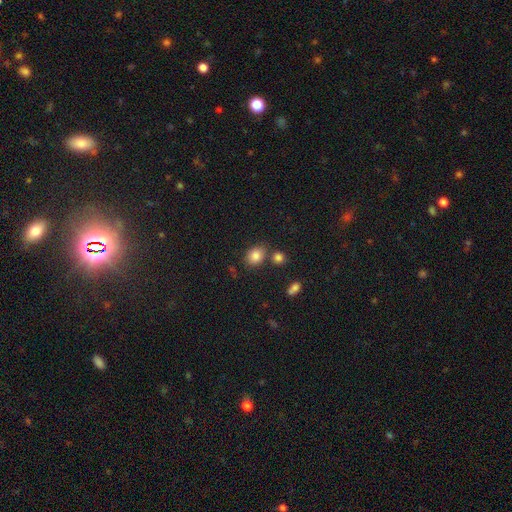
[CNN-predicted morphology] This appears to be a smooth galaxy with no disk features (83%) that is in between round and cigar-shaped (50%). Merging: none (70%).